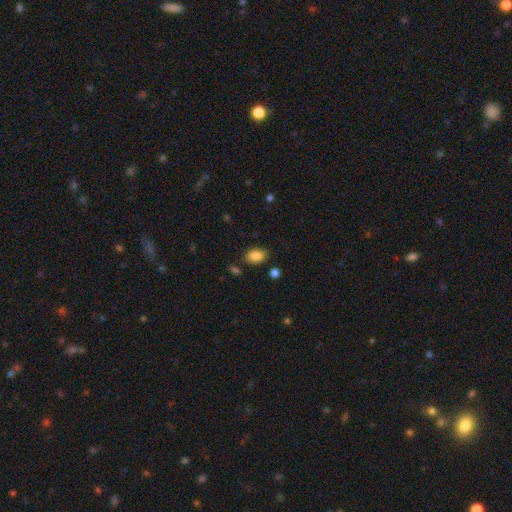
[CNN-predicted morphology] This is clearly a smooth galaxy (85%). How rounded: clearly in between (85%). Merging: clearly none (83%).